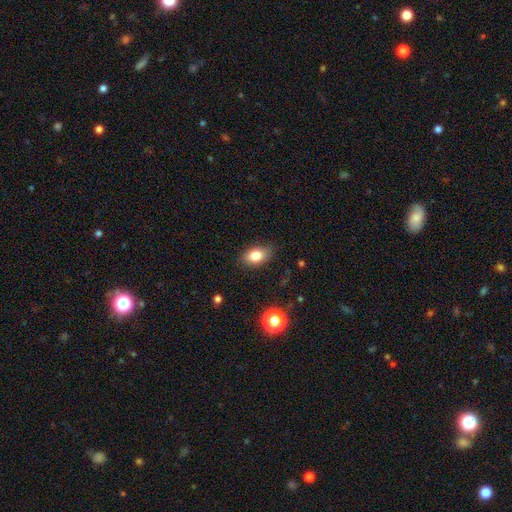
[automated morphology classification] Q: Smooth or featured?
A: smooth (81%); runner-up: featured or disk (10%)
Q: How rounded?
A: in between (86%); runner-up: round (12%)
Q: Merging?
A: none (83%); runner-up: minor disturbance (13%)